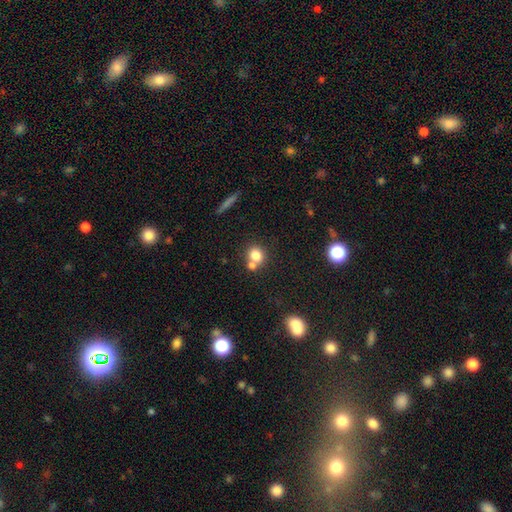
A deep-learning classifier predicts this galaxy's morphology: Overall: smooth (78%). How rounded: round (76%). Merging: none (48%; merger 40%).